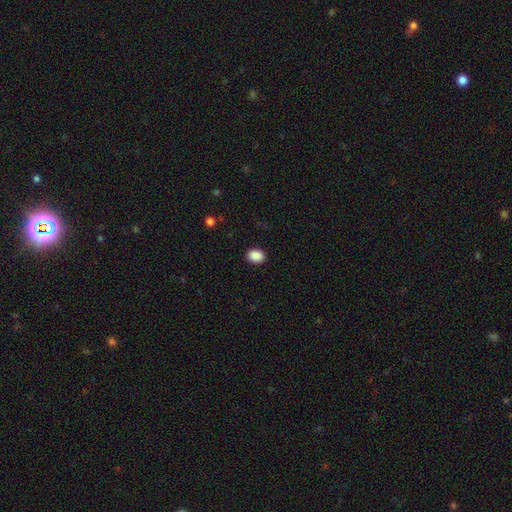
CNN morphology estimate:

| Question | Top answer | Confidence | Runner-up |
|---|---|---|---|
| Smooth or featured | smooth | 90% | star or artifact (8%) |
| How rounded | in between | 62% | round (37%) |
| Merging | none | 90% | minor disturbance (7%) |